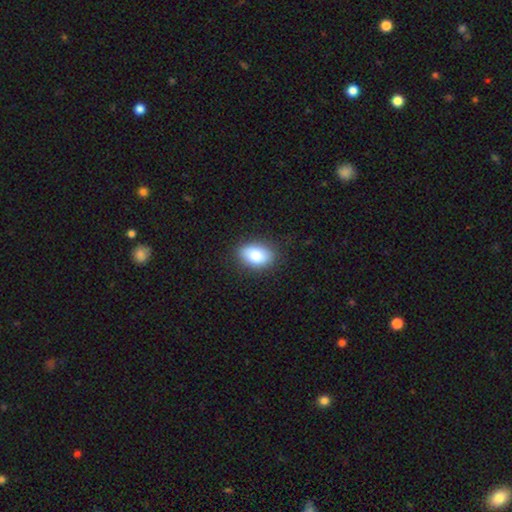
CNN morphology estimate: smooth-or-featured: smooth: 83% | featured or disk: 10% | star or artifact: 8%
  how-rounded: in between: 85% | round: 13% | cigar-shaped: 2%
  merging: none: 86% | minor disturbance: 11% | major disturbance: 3% | merger: 1%